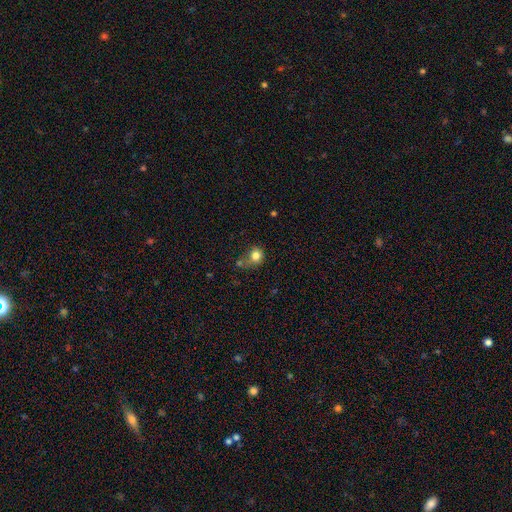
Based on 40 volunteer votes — smooth 85%, featured or disk 10%, star or artifact 5%. Down the decision tree: how rounded — round (76%); merging — none (39%).